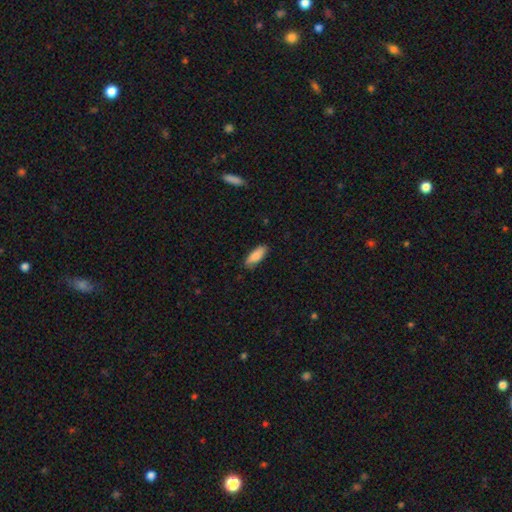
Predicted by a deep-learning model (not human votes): Smooth or featured? smooth (85%)
How rounded? in between (73%)
Merging? none (82%)